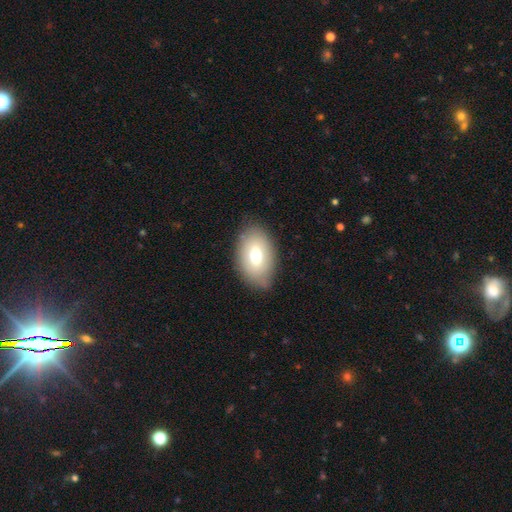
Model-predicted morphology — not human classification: The model was most divided on "smooth or featured": smooth: 70%, featured or disk: 22%, star or artifact: 8%. More confident: how rounded — in between (88%); merging — none (78%).